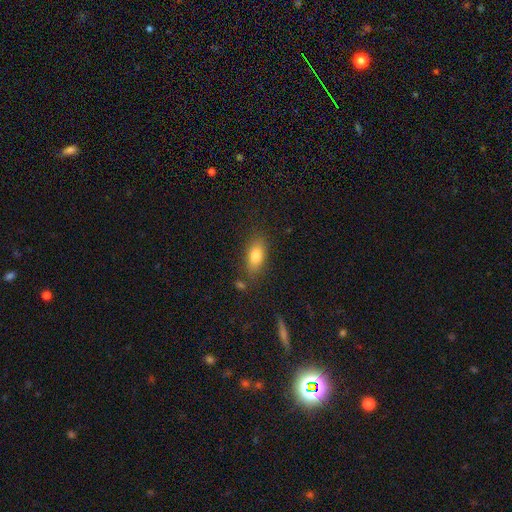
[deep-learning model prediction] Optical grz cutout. It shows a smooth galaxy with no disk features (80%) that is in between round and cigar-shaped (84%). Merging: none (77%).